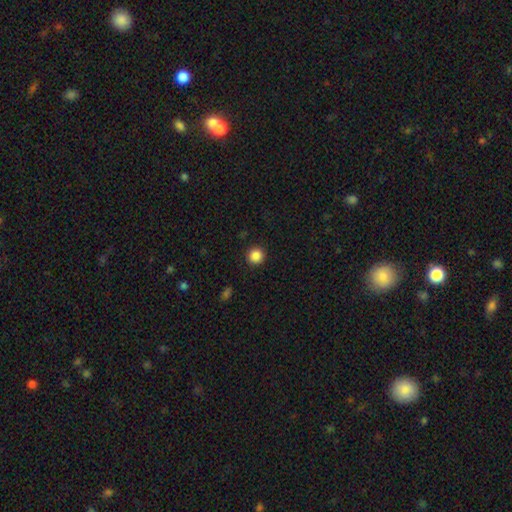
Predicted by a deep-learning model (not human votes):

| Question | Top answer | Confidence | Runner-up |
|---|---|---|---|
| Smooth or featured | smooth | 87% | star or artifact (10%) |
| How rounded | round | 95% | in between (4%) |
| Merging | none | 93% | minor disturbance (5%) |